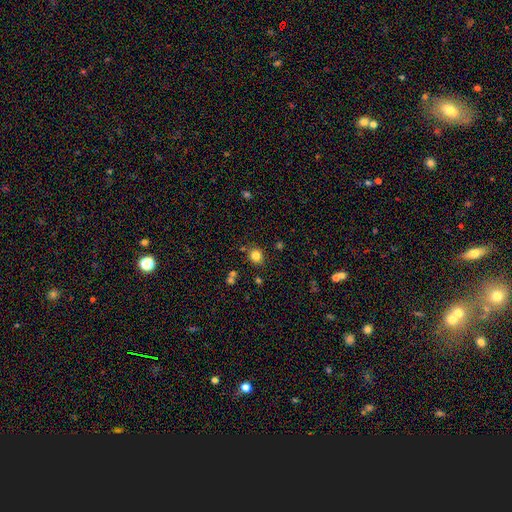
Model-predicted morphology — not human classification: smooth 81%, star or artifact 13%, featured or disk 6%. Down the decision tree: how rounded — round (81%); merging — none (83%).